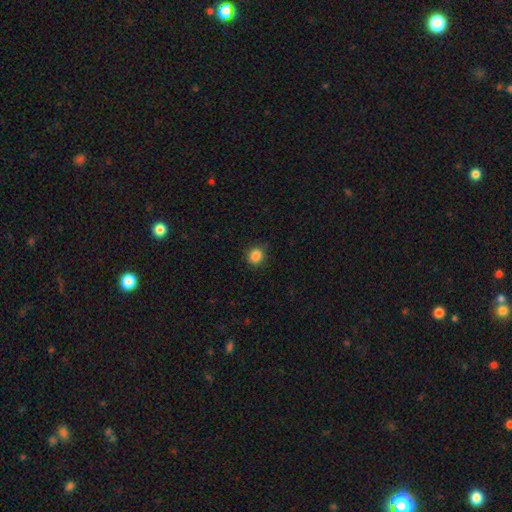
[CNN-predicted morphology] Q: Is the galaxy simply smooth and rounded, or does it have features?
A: smooth — 86%.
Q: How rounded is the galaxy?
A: round — 83%.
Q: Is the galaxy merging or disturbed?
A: none — 85%.